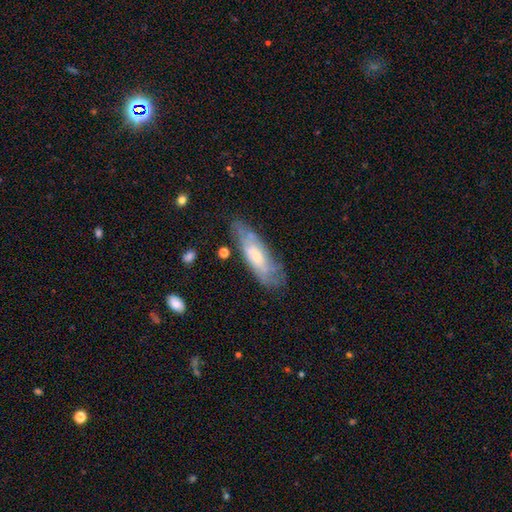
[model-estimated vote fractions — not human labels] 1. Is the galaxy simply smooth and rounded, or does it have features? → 57% featured or disk, 36% smooth, 7% star or artifact.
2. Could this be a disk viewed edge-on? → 73% no, 27% yes.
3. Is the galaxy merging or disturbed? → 69% none, 22% minor disturbance, 7% major disturbance, 2% merger.